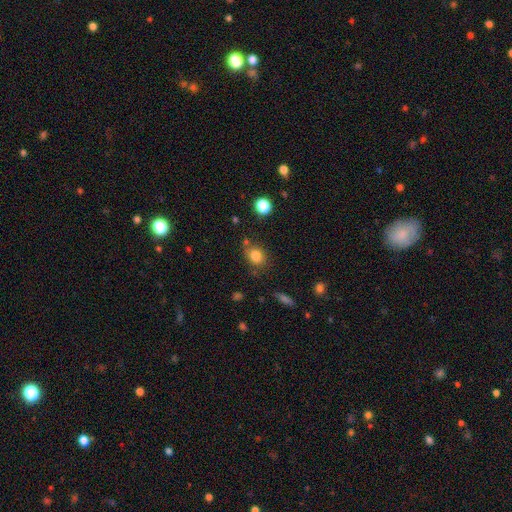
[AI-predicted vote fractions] smooth_or_featured: smooth (p=0.81) [alt: star or artifact p=0.11]
how_rounded: round (p=0.59) [alt: in between p=0.39]
merging: none (p=0.71) [alt: minor disturbance p=0.16]